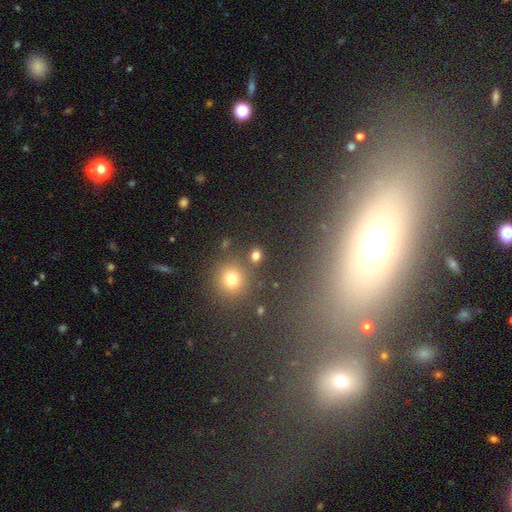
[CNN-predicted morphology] smooth_or_featured: smooth (p=0.76) [alt: star or artifact p=0.19]
how_rounded: round (p=0.79) [alt: in between p=0.19]
merging: none (p=0.82) [alt: merger p=0.08]